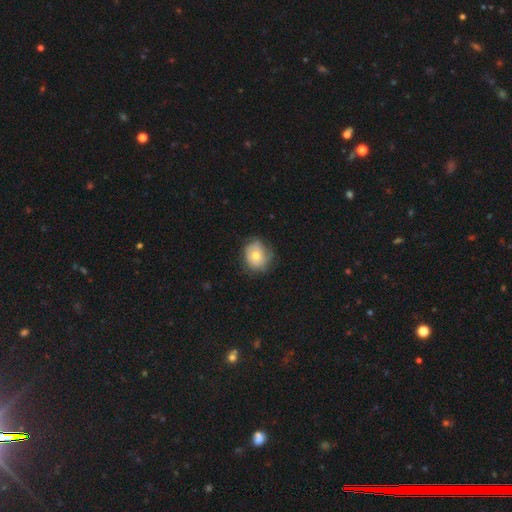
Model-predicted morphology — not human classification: type=smooth (49%); merging=none (67%).